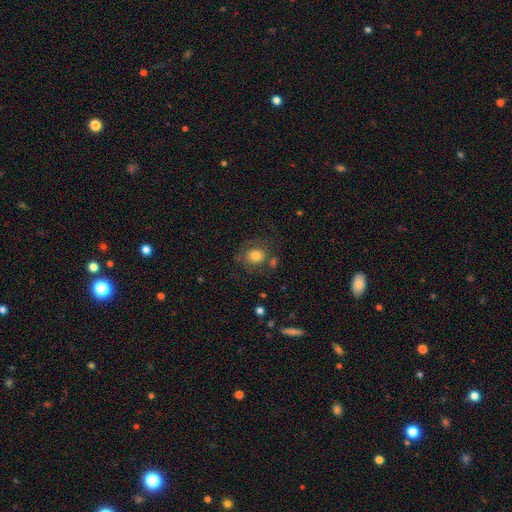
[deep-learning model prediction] Overall: smooth (71%). How rounded: round (71%). Merging: none (63%).